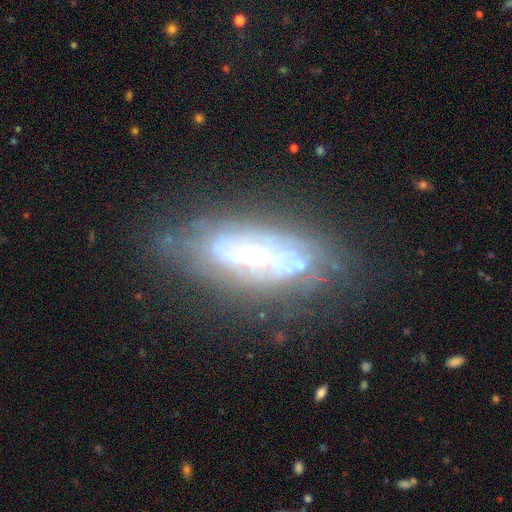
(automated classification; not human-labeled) Smooth or featured: featured or disk — 79% (smooth — 13%)
Edge-on disk: no — 85% (yes — 15%)
Bar: no — 61% (weak — 27%)
Spiral arms: yes — 78% (no — 22%)
Spiral winding: tight — 61% (medium — 28%)
Spiral arm count: can't tell — 52% (2 — 24%)
Bulge size: small — 45% (moderate — 44%)
Merging: none — 65% (minor disturbance — 20%)